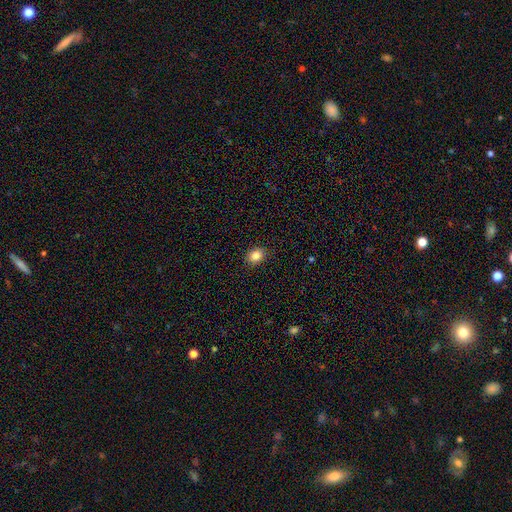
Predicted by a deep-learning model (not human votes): smooth 84%, star or artifact 10%, featured or disk 6%. Down the decision tree: how rounded — round (55%); merging — none (89%).